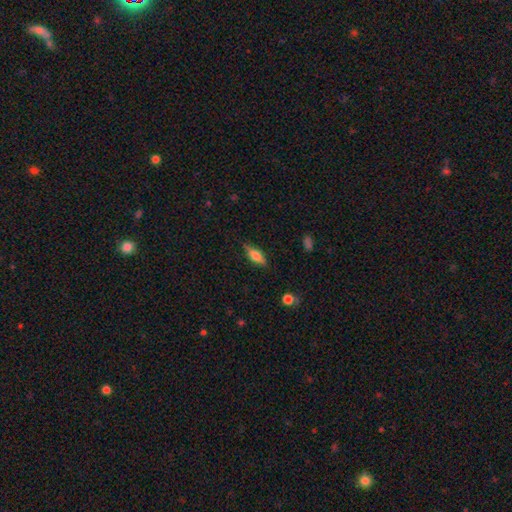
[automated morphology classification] Smooth or featured? smooth (56%)
How rounded? in between (56%)
Merging? none (83%)